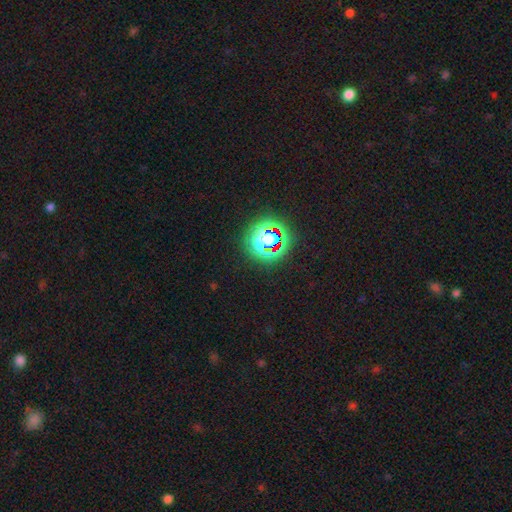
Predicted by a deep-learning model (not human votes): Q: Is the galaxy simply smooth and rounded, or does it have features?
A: star or artifact — 80%.